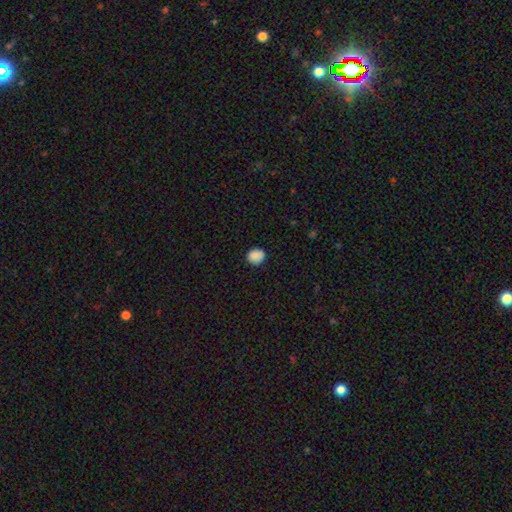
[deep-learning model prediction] A smooth galaxy with no disk features (88%) that is round (74%). Merging: none (87%).